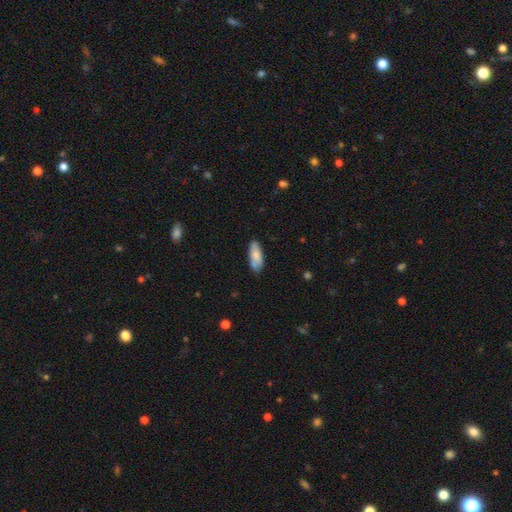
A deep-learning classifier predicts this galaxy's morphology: smooth-or-featured: smooth: 78% | featured or disk: 16% | star or artifact: 6%
  how-rounded: in between: 73% | cigar-shaped: 25% | round: 2%
  merging: none: 73% | minor disturbance: 19% | merger: 4% | major disturbance: 3%